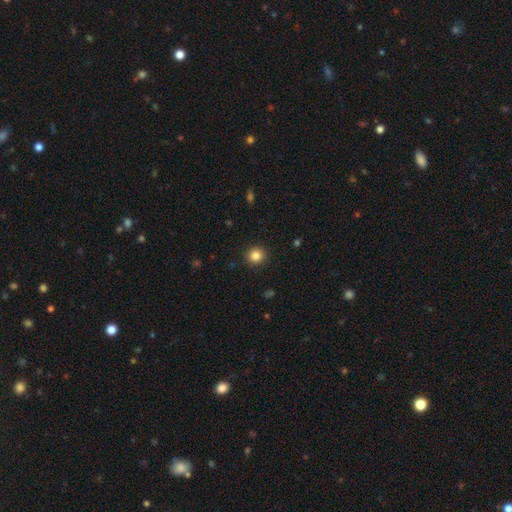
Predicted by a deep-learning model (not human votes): This appears to be a smooth galaxy with no disk features (84%) that is round (93%). Merging: none (91%).